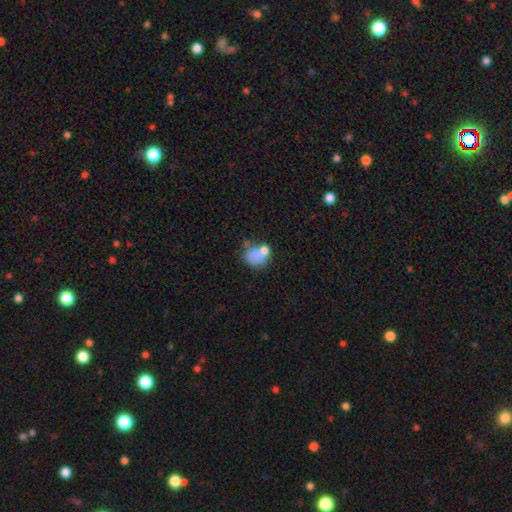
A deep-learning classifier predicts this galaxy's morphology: Smooth or featured?
  - smooth: 71% *
  - featured or disk: 16%
  - star or artifact: 13%
How rounded?
  - round: 58% *
  - in between: 41%
  - cigar-shaped: 1%
Merging?
  - none: 36% *
  - merger: 27%
  - minor disturbance: 20%
  - major disturbance: 18%